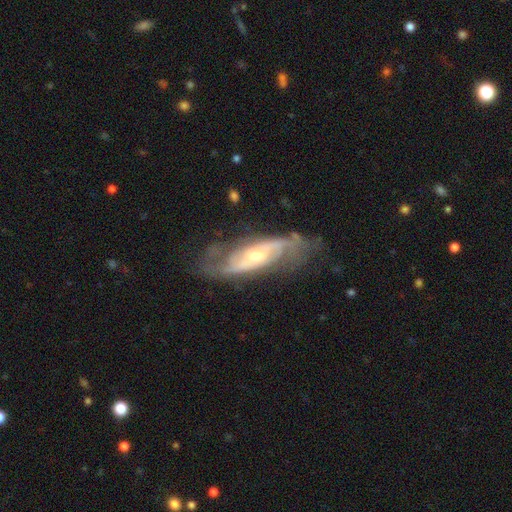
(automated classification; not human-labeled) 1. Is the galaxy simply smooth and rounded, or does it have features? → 84% featured or disk, 10% smooth, 6% star or artifact.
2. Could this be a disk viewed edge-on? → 85% no, 15% yes.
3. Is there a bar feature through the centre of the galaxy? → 50% no, 34% weak, 16% strong.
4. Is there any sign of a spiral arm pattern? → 92% yes, 8% no.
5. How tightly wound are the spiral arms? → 42% medium, 30% loose, 28% tight.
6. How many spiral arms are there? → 72% 2, 17% can't tell, 4% 3, 3% 1, 2% 4, 2% more than 4.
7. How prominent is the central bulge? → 55% moderate, 38% small, 4% large, 1% none, 1% dominant.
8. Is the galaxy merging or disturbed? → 67% none, 20% minor disturbance, 11% major disturbance, 2% merger.